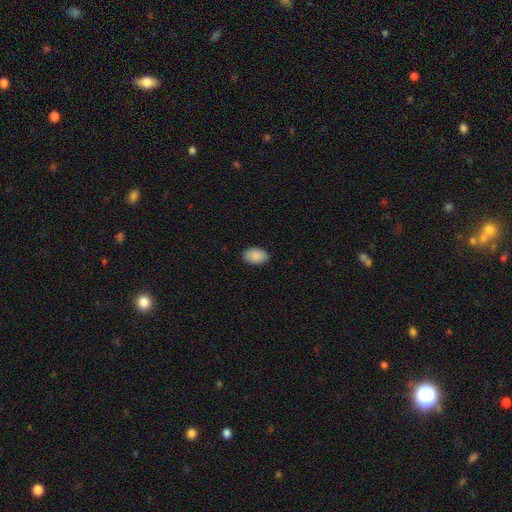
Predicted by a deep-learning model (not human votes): smooth 90%, star or artifact 7%, featured or disk 4%. Down the decision tree: how rounded — in between (90%); merging — none (88%).